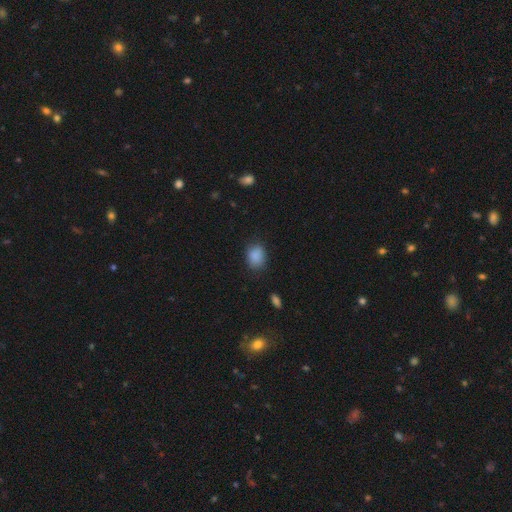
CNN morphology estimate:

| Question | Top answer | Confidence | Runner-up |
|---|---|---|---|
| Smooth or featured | smooth | 87% | star or artifact (9%) |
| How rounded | in between | 64% | round (35%) |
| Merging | none | 79% | minor disturbance (15%) |